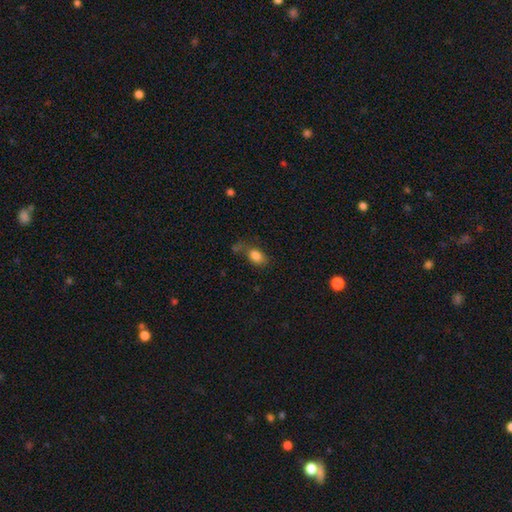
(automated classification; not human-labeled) Morphology: type=smooth (83%); roundness=in between (81%); merging=none (57%).